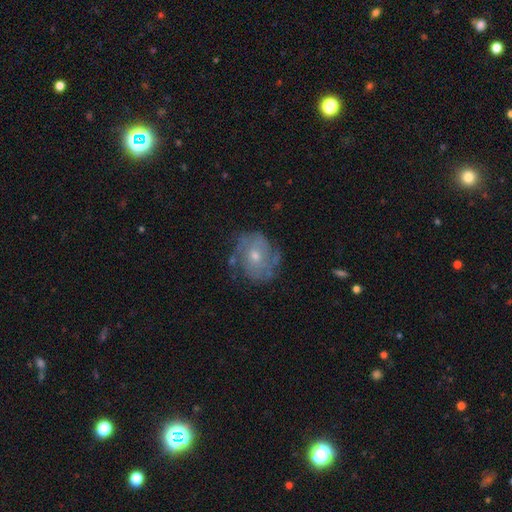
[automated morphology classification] The model was most divided on "bulge size": moderate: 50%, small: 46%, large: 2%, none: 1%, dominant: 1%. Remaining: edge-on disk — no (97%); bar — no (77%); spiral arms — yes (77%); smooth or featured — featured or disk (68%); merging — none (64%); spiral winding — tight (54%); spiral arm count — can't tell (44%).